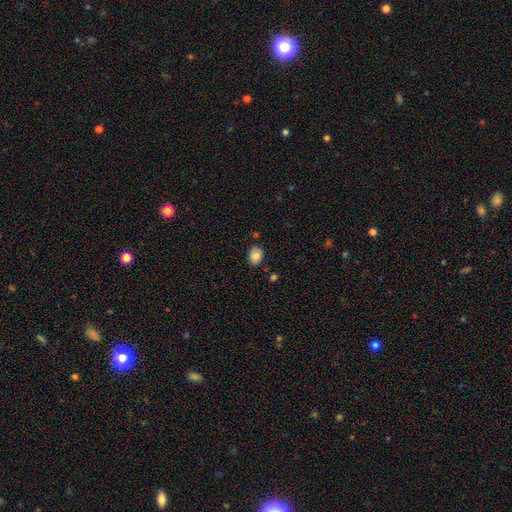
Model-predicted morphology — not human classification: Overall: smooth (80%). How rounded: in between (65%; round 34%). Merging: none (80%).